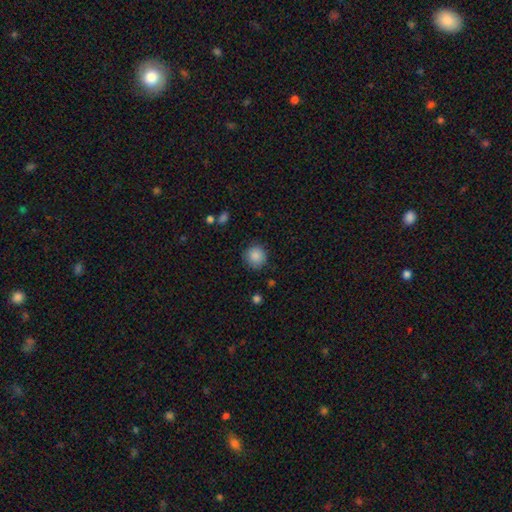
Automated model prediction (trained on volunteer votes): A smooth galaxy with no disk features (87%) that is round (92%). Merging: none (87%).